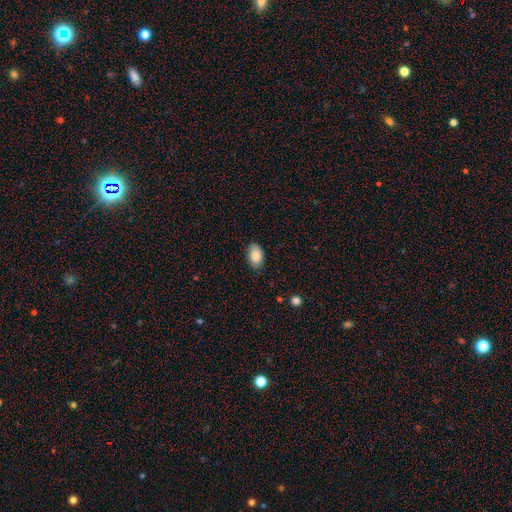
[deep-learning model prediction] Smooth or featured? smooth (83%)
How rounded? in between (90%)
Merging? none (82%)